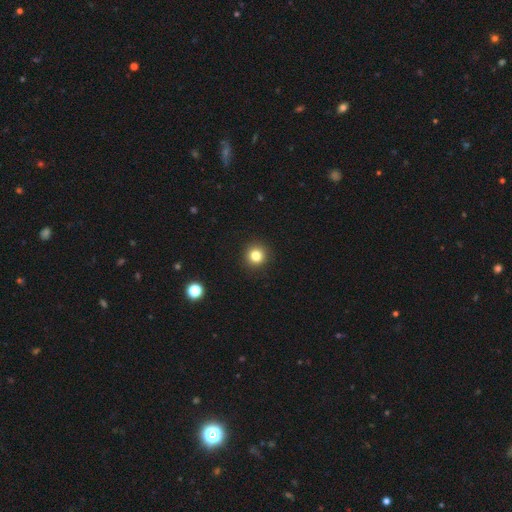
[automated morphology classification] Smooth or featured?
  - smooth: 82% *
  - star or artifact: 12%
  - featured or disk: 6%
How rounded?
  - round: 93% *
  - in between: 6%
  - cigar-shaped: 1%
Merging?
  - none: 92% *
  - minor disturbance: 5%
  - major disturbance: 2%
  - merger: 1%